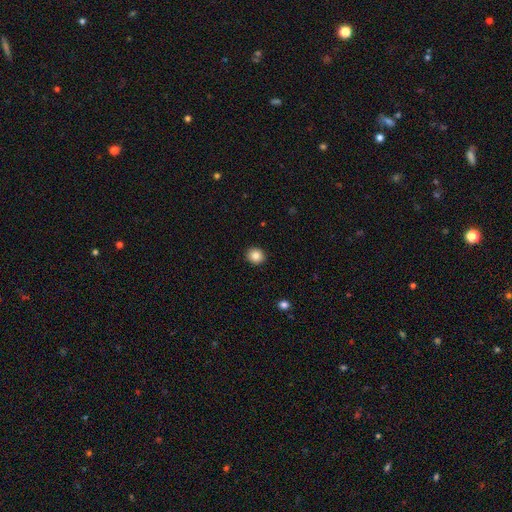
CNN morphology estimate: Smooth or featured: smooth — 86% (star or artifact — 9%)
How rounded: round — 81% (in between — 18%)
Merging: none — 92% (minor disturbance — 5%)